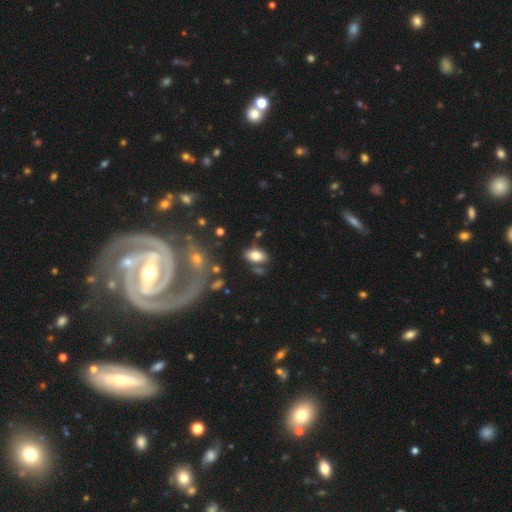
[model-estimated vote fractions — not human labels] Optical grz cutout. It shows a smooth galaxy with no disk features (79%) that is in between round and cigar-shaped (91%). Merging: none (73%).